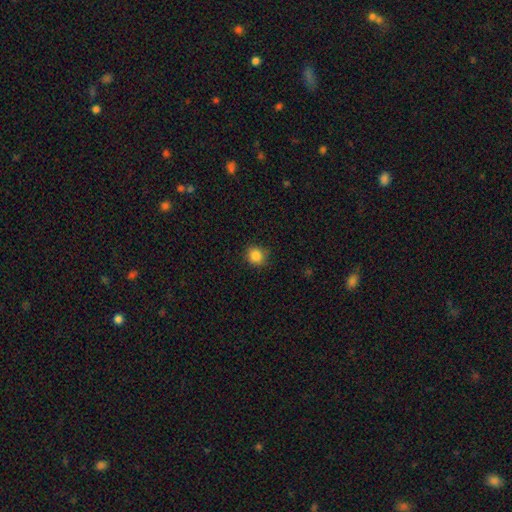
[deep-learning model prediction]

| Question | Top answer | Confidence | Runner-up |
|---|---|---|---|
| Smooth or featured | smooth | 85% | star or artifact (11%) |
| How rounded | round | 86% | in between (13%) |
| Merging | none | 84% | minor disturbance (12%) |